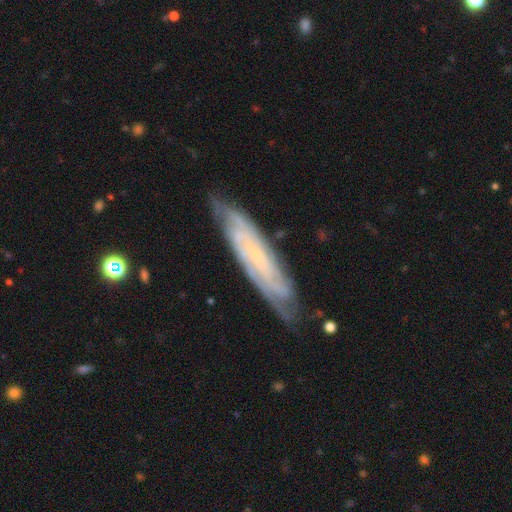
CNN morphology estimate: This appears to be a featured or disk galaxy (78%) with no bar (58%), spiral arms (93%) and a small central bulge (70%). Merging: none (77%).